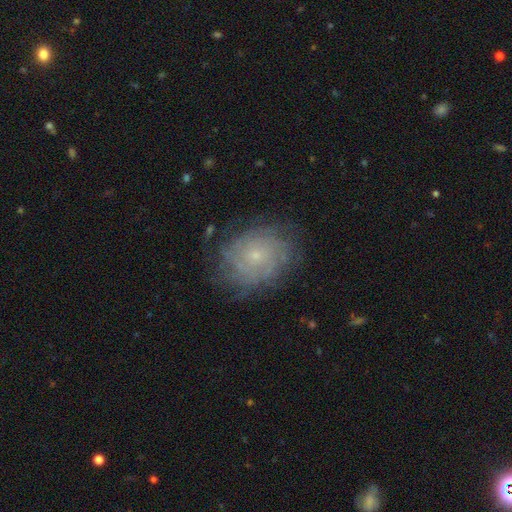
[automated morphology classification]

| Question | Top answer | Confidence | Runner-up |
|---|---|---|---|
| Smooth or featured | featured or disk | 67% | smooth (22%) |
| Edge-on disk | no | 97% | yes (3%) |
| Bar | no | 83% | weak (14%) |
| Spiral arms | yes | 89% | no (11%) |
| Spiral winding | tight | 73% | medium (19%) |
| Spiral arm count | can't tell | 53% | 4 (13%) |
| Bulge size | small | 79% | moderate (16%) |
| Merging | none | 77% | minor disturbance (15%) |